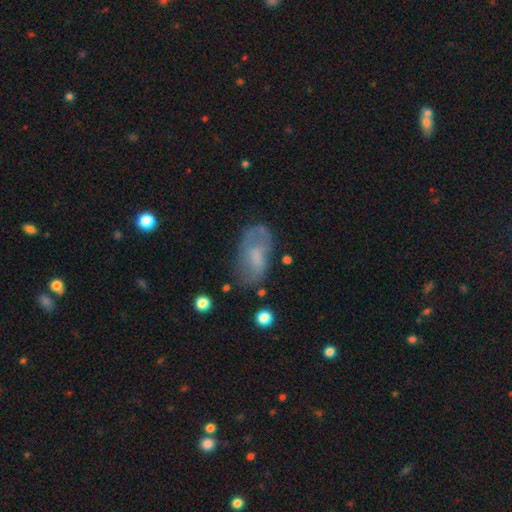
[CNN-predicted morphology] Smooth or featured: smooth — 48% (featured or disk — 43%)
Merging: none — 59% (minor disturbance — 25%)